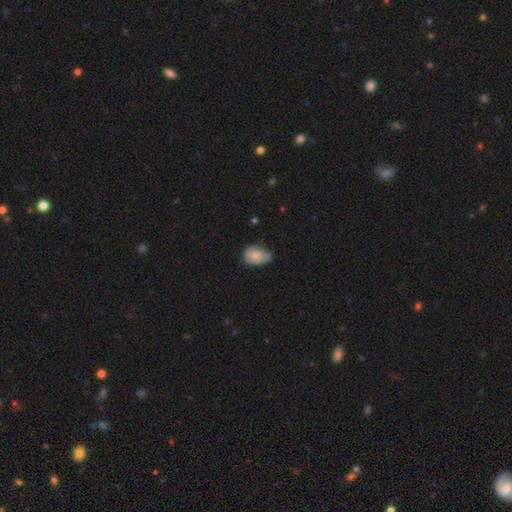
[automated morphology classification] smooth_or_featured: smooth (p=0.73) [alt: featured or disk p=0.20]
how_rounded: in between (p=0.81) [alt: round p=0.18]
merging: none (p=0.58) [alt: minor disturbance p=0.33]